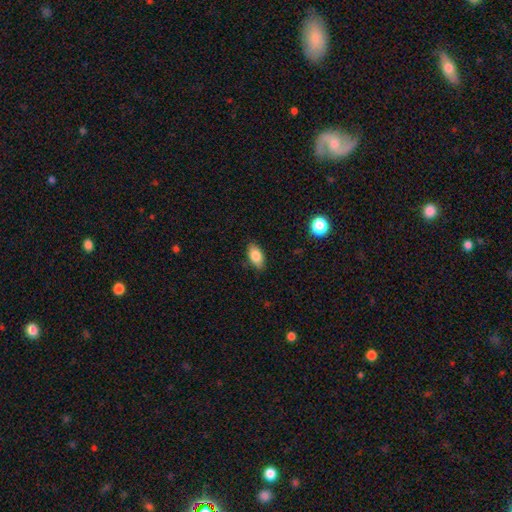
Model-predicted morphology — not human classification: This is clearly a smooth galaxy (84%). How rounded: clearly in between (91%). Merging: clearly none (84%).